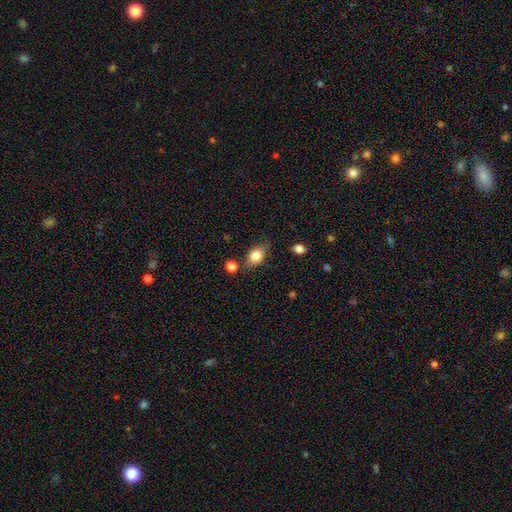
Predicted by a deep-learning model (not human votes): Smooth or featured? smooth (81%)
How rounded? in between (78%)
Merging? none (72%)